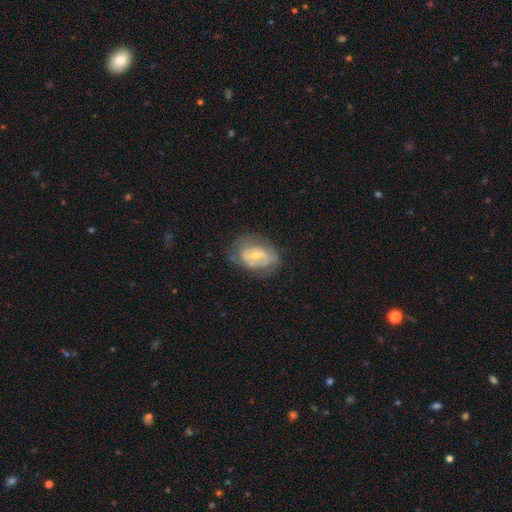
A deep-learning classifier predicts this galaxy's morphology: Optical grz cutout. It shows a featured or disk galaxy (61%) with no bar (50%), spiral arms (51%) and a small central bulge (50%). Merging: none (61%).